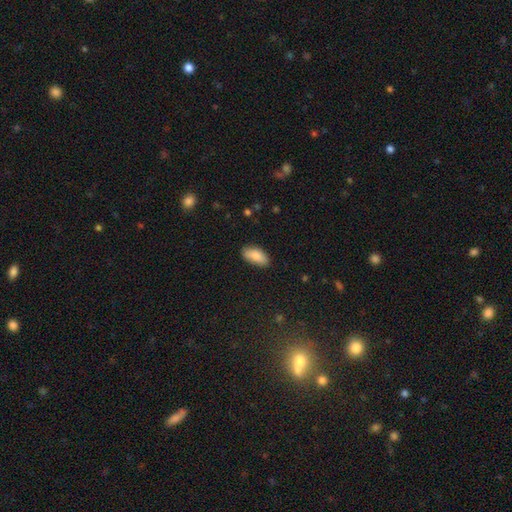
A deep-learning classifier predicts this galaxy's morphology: Overall: smooth (87%). How rounded: in between (89%). Merging: none (82%).